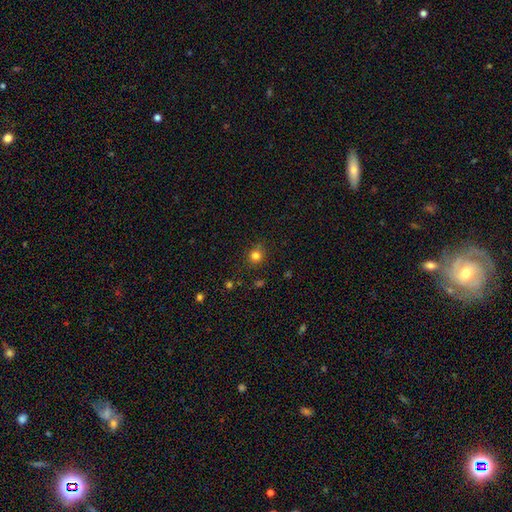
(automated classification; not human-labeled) This appears to be a smooth galaxy with no disk features (80%) that is round (84%). Merging: none (81%).